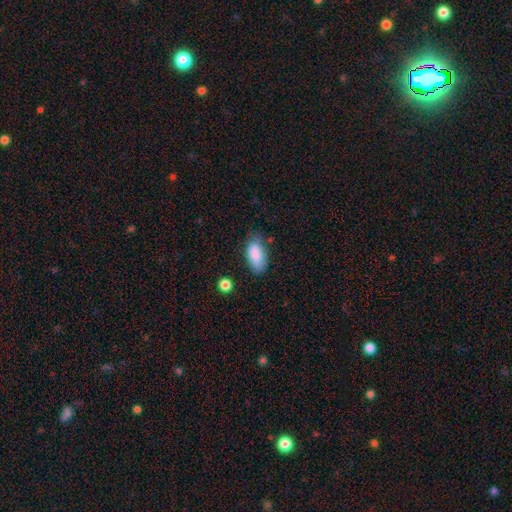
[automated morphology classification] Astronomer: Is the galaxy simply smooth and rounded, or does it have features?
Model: smooth — 87%.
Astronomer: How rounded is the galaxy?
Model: in between — 92%.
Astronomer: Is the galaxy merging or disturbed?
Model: none — 68%.